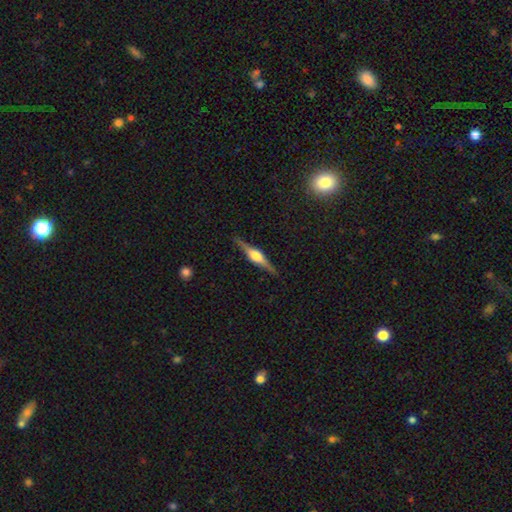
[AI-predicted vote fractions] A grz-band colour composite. It shows a featured or disk galaxy (81%) viewed edge-on (98%) with a rounded central bulge (88%). Merging: none (90%).